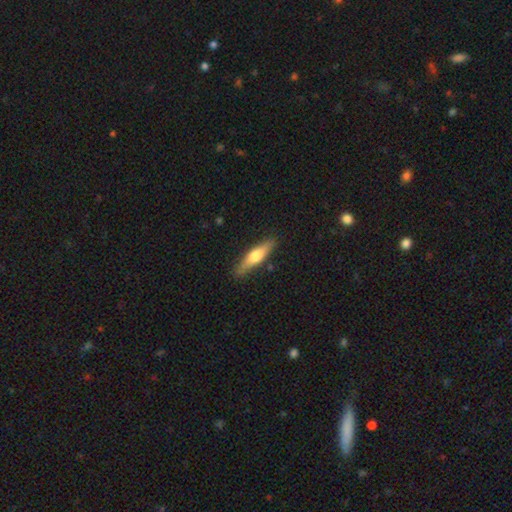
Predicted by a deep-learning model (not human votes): A smooth galaxy with no disk features (52%) that is cigar-shaped (74%).

Vote fractions:
- Smooth or featured? smooth: 52% / featured or disk: 42% / star or artifact: 5%
- How rounded? cigar-shaped: 74% / in between: 24% / round: 2%
- Merging? none: 85% / minor disturbance: 11% / major disturbance: 2% / merger: 2%